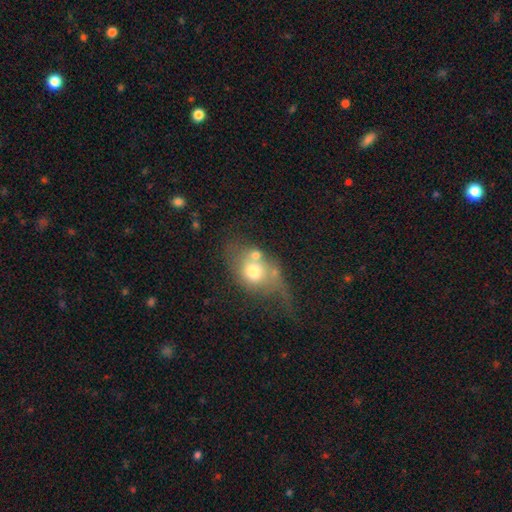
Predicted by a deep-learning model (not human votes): smooth-or-featured: smooth: 58% | featured or disk: 32% | star or artifact: 10%
  how-rounded: in between: 58% | round: 40% | cigar-shaped: 2%
  merging: major disturbance: 31% | merger: 29% | none: 23% | minor disturbance: 17%